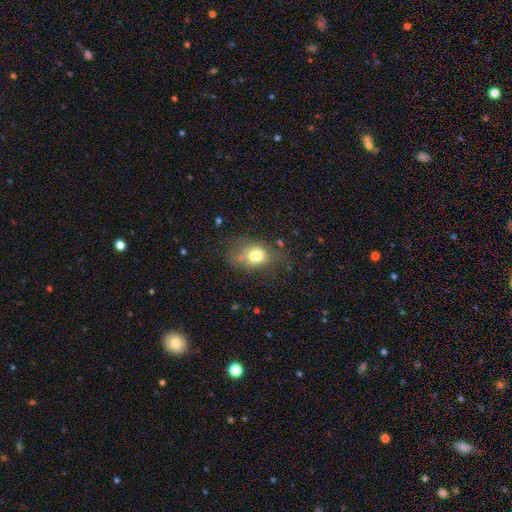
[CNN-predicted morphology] This appears to be a smooth galaxy with no disk features (72%) that is in between round and cigar-shaped (70%). Merging: none (47%).